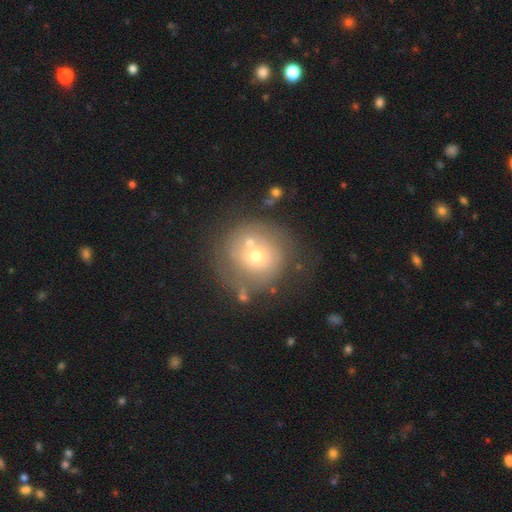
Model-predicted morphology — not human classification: Smooth or featured? Predicted: smooth (p=0.46). Merging? Predicted: none (p=0.59).